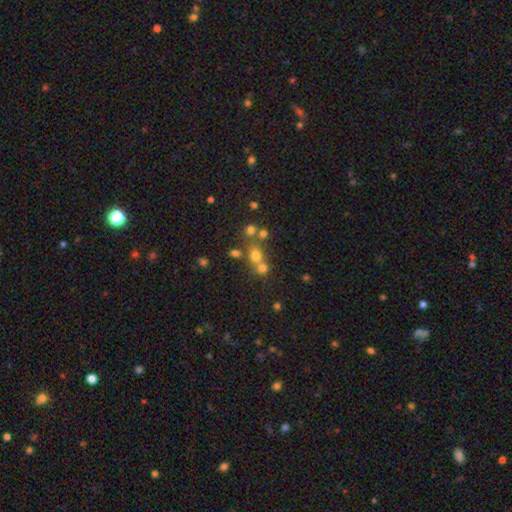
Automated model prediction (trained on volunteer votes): smooth-or-featured: smooth: 62% | star or artifact: 23% | featured or disk: 15%
  how-rounded: round: 77% | in between: 22% | cigar-shaped: 2%
  merging: merger: 44% (tied) | none: 44% (tied) | minor disturbance: 8% | major disturbance: 4%